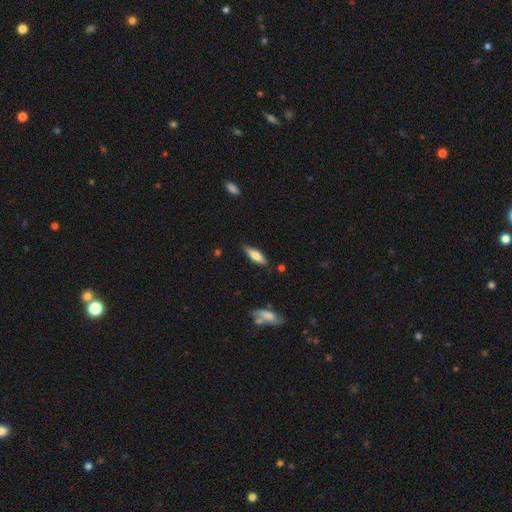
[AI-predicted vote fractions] Smooth or featured: smooth — 66% (featured or disk — 28%)
How rounded: in between — 52% (cigar-shaped — 46%)
Merging: none — 84% (minor disturbance — 12%)